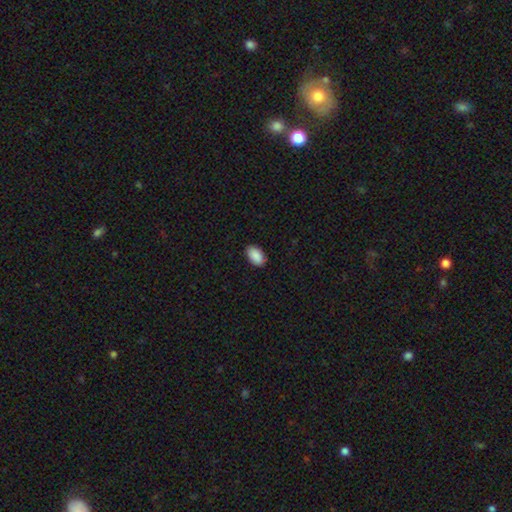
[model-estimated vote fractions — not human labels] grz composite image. It shows a smooth galaxy with no disk features (90%) that is in between round and cigar-shaped (93%). Merging: none (87%).